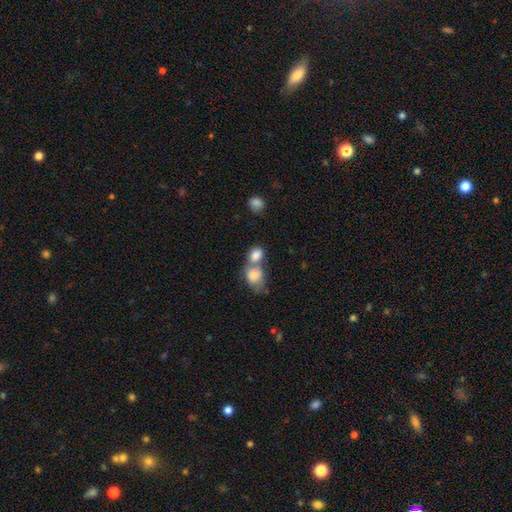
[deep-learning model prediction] smooth-or-featured: smooth: 82% | featured or disk: 10% | star or artifact: 8%
  how-rounded: in between: 63% | round: 35% | cigar-shaped: 2%
  merging: merger: 66% | none: 23% | minor disturbance: 7% | major disturbance: 4%